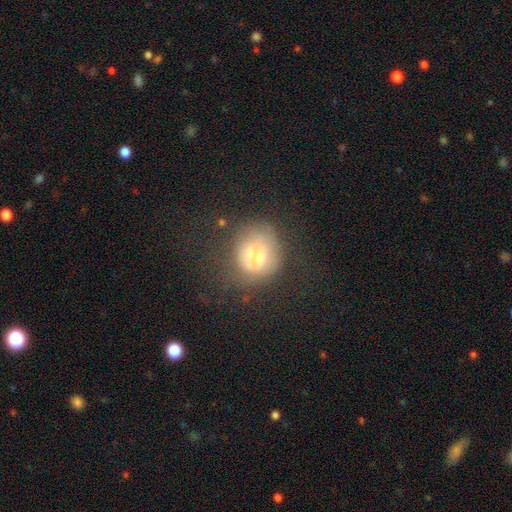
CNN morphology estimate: This appears to be a smooth galaxy with no disk features (57%) that is round (75%). Merging: none (42%).